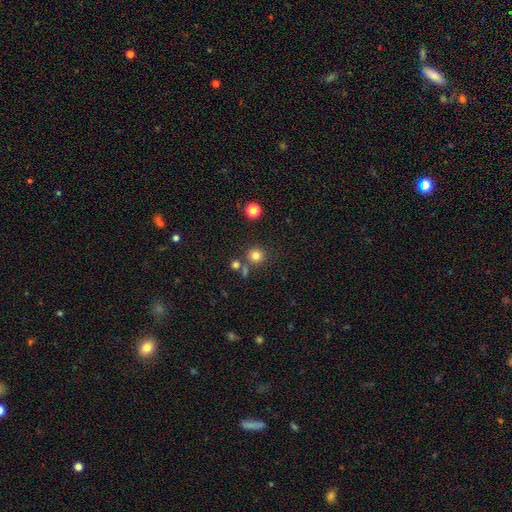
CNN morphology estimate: Q: Smooth or featured?
A: smooth (79%); runner-up: star or artifact (14%)
Q: How rounded?
A: round (93%); runner-up: in between (6%)
Q: Merging?
A: none (77%); runner-up: merger (11%)